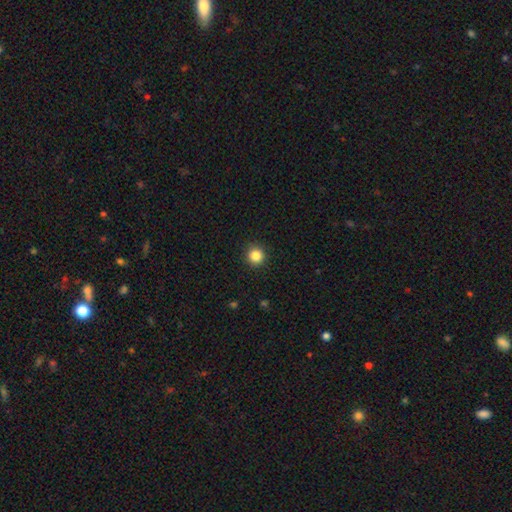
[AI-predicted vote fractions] smooth 84%, star or artifact 11%, featured or disk 4%. Down the decision tree: how rounded — round (94%); merging — none (92%).